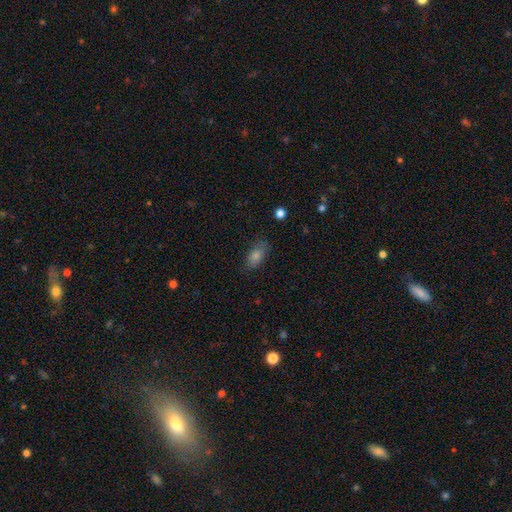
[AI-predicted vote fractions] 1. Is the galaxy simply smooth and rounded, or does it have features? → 72% smooth, 15% star or artifact, 13% featured or disk.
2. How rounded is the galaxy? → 84% in between, 9% cigar-shaped, 7% round.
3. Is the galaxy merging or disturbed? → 79% none, 16% minor disturbance, 4% major disturbance, 1% merger.